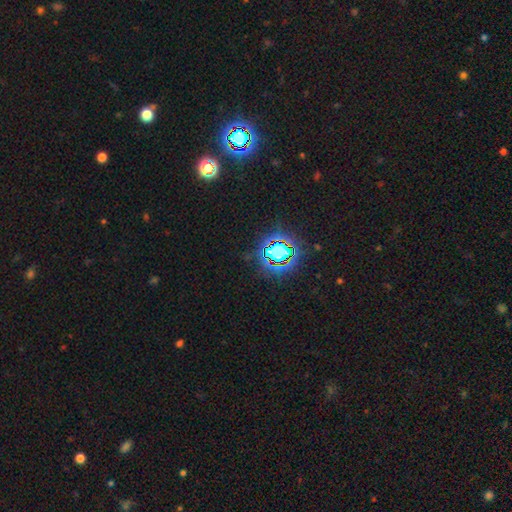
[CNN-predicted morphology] The model was most divided on "smooth or featured": star or artifact: 80%, smooth: 12%, featured or disk: 8%.